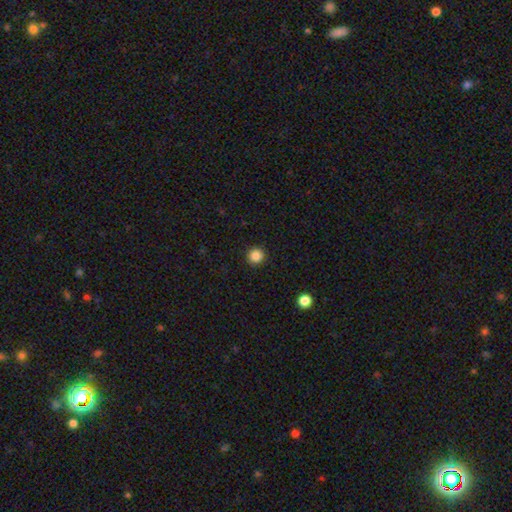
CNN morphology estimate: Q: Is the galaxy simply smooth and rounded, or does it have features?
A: smooth — 85%.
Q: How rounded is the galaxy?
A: round — 95%.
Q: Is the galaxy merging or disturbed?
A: none — 93%.